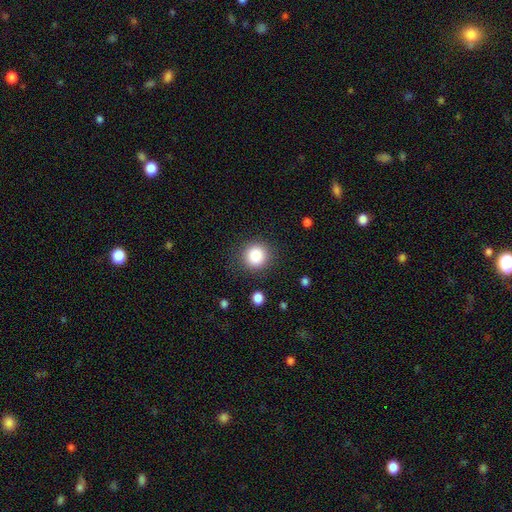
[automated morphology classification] This is clearly a smooth galaxy (84%). How rounded: clearly round (93%). Merging: clearly none (88%).